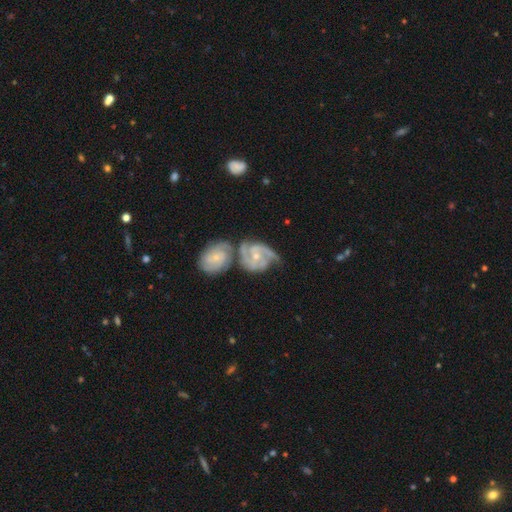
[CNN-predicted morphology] featured or disk 88%, smooth 8%, star or artifact 5%. Down the decision tree: edge-on disk — no (97%); bar — no (61%); spiral arms — yes (97%); spiral arm count — 2 (46%); spiral winding — tight (46%); bulge size — small (60%); merging — merger (45%).